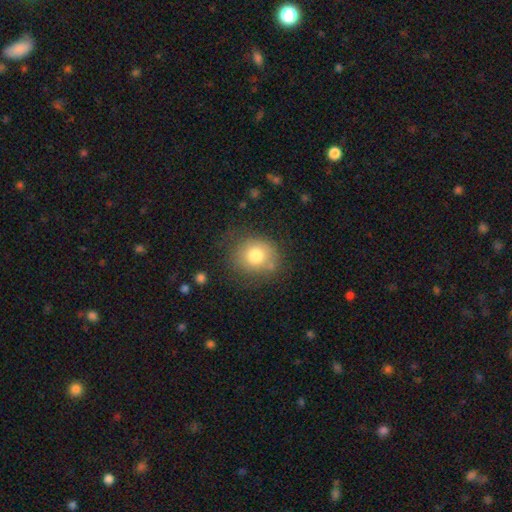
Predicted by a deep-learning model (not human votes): smooth 77%, featured or disk 13%, star or artifact 10%. Down the decision tree: how rounded — round (75%); merging — none (69%).